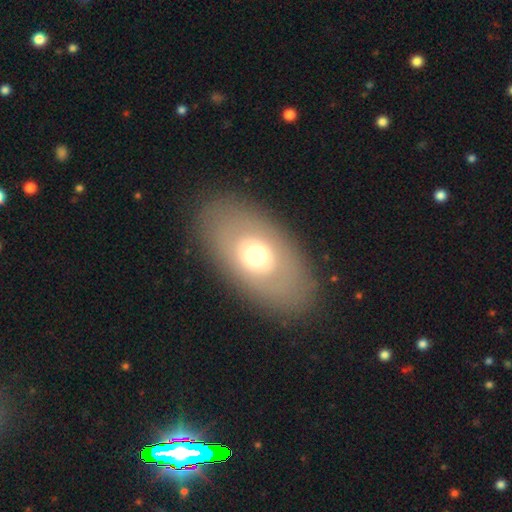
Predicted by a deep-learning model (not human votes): Q: Smooth or featured?
A: smooth (55%); runner-up: featured or disk (36%)
Q: How rounded?
A: in between (88%); runner-up: round (10%)
Q: Merging?
A: none (84%); runner-up: minor disturbance (9%)